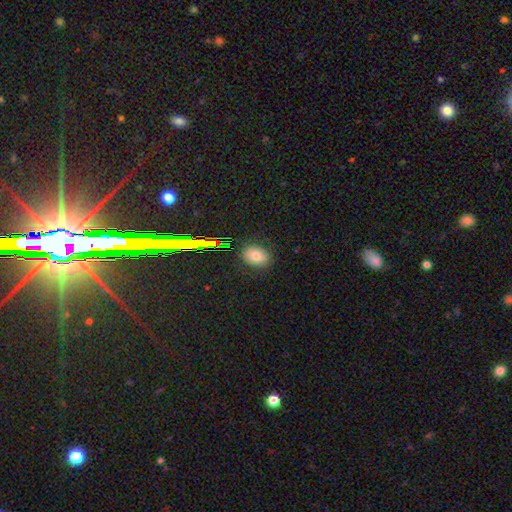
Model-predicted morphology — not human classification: smooth-or-featured: smooth: 75% | star or artifact: 15% | featured or disk: 10%
  how-rounded: in between: 66% | round: 33% | cigar-shaped: 1%
  merging: none: 86% | minor disturbance: 10% | major disturbance: 3% | merger: 1%